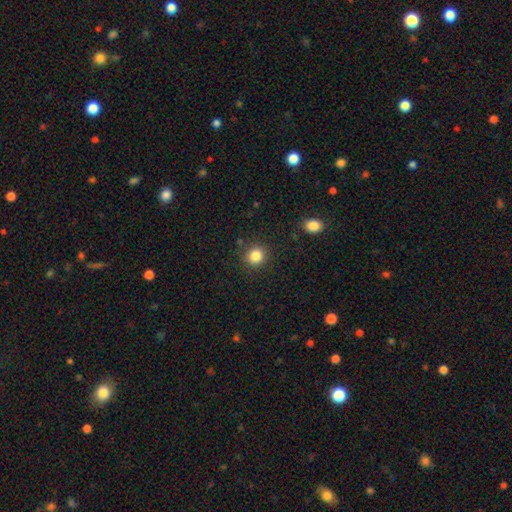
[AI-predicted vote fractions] Overall: smooth (84%). How rounded: round (88%). Merging: none (89%).